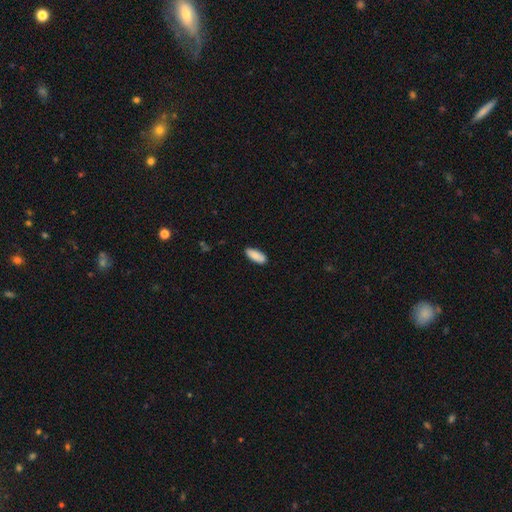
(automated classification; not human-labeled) Smooth or featured? Predicted: smooth (p=0.87). How rounded? Predicted: in between (p=0.80). Merging? Predicted: none (p=0.84).